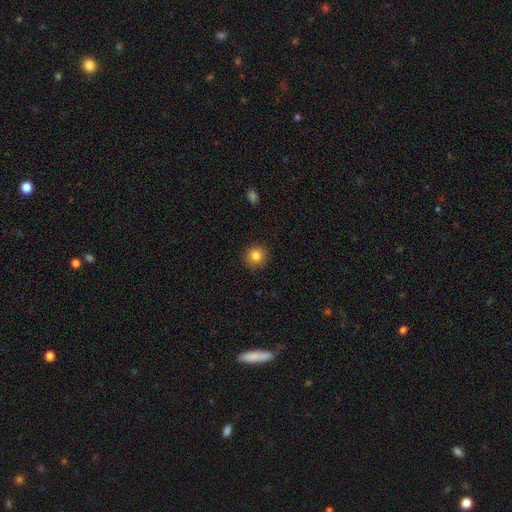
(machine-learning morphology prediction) type=smooth (83%); roundness=round (92%); merging=none (91%).